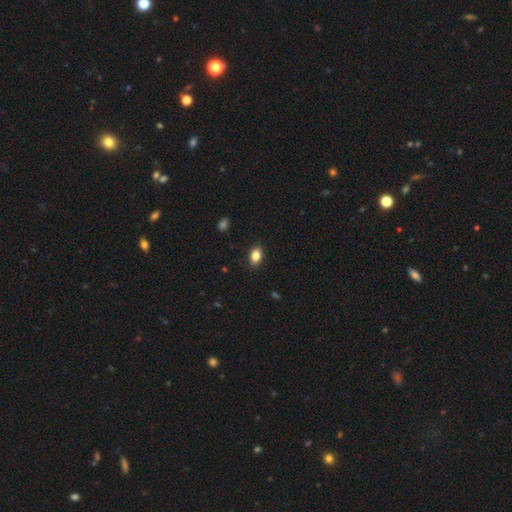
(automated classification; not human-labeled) A smooth galaxy with no disk features (85%) that is in between round and cigar-shaped (83%). Merging: none (88%).